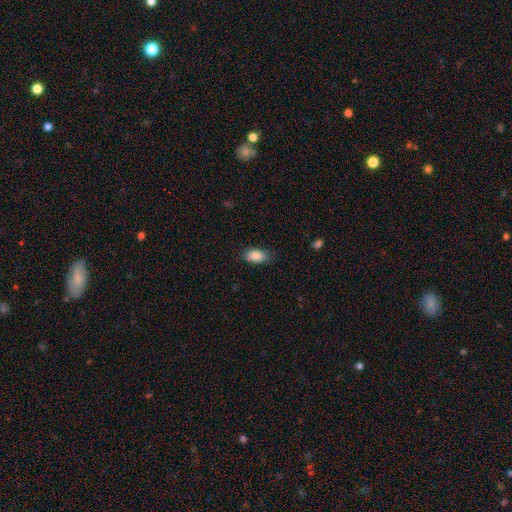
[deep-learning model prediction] A smooth galaxy with no disk features (86%) that is in between round and cigar-shaped (91%).

Vote fractions:
- Smooth or featured? smooth: 86% / star or artifact: 7% / featured or disk: 7%
- How rounded? in between: 91% / round: 4% / cigar-shaped: 4%
- Merging? none: 80% / minor disturbance: 15% / major disturbance: 3% / merger: 1%